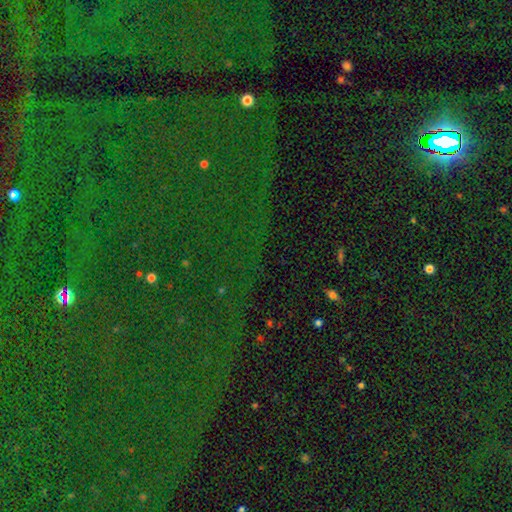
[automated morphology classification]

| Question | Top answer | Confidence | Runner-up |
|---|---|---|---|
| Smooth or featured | star or artifact | 83% | smooth (9%) |